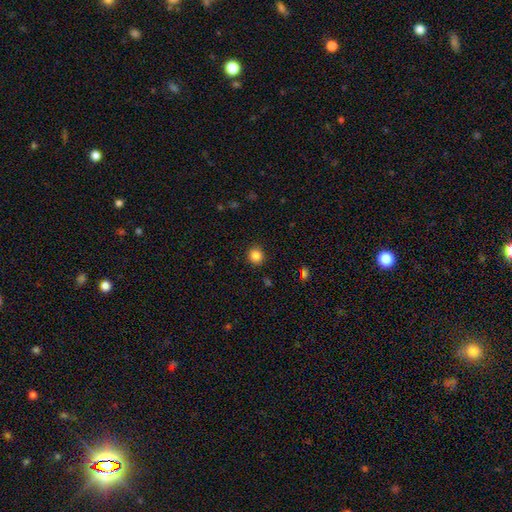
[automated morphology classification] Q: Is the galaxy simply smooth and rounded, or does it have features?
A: smooth — 85%.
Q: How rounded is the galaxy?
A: round — 86%.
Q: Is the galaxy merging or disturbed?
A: none — 89%.